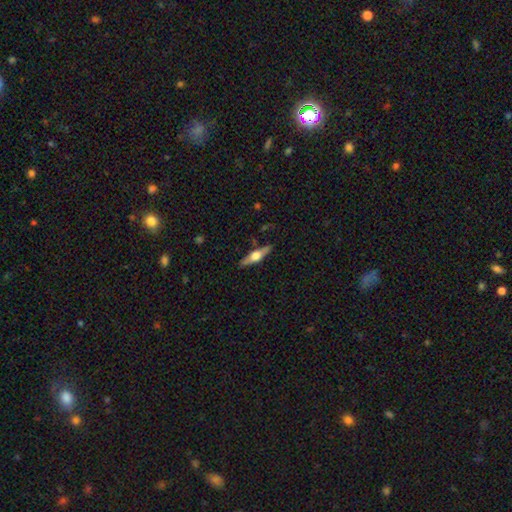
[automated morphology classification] A featured or disk galaxy (63%) viewed edge-on (95%) with a rounded central bulge (94%). Merging: none (87%).